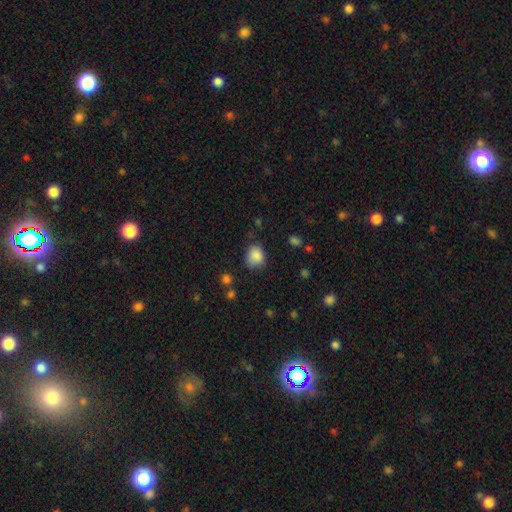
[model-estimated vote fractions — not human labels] The model was most divided on "how rounded": round: 57%, in between: 42%, cigar-shaped: 1%. More confident: smooth or featured — smooth (86%); merging — none (69%).